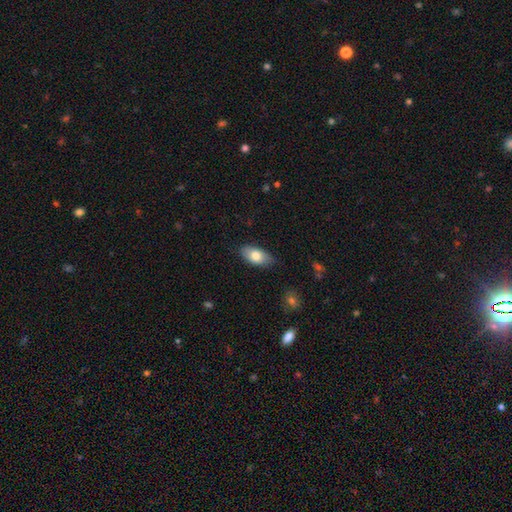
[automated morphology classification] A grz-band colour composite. It shows a smooth galaxy with no disk features (78%) that is in between round and cigar-shaped (92%). Merging: none (81%).